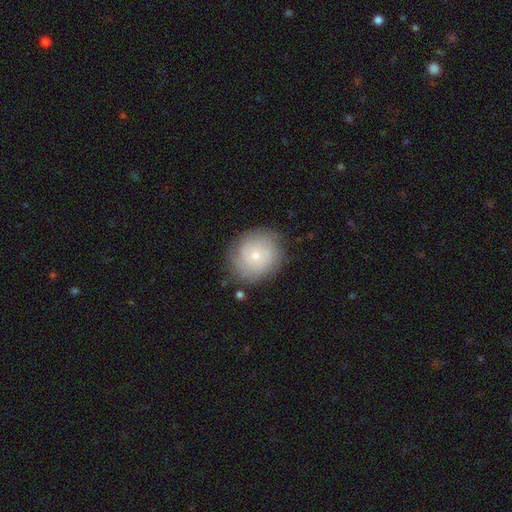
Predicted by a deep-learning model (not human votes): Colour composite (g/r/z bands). It shows a smooth galaxy with no disk features (46%). Merging: none (79%).